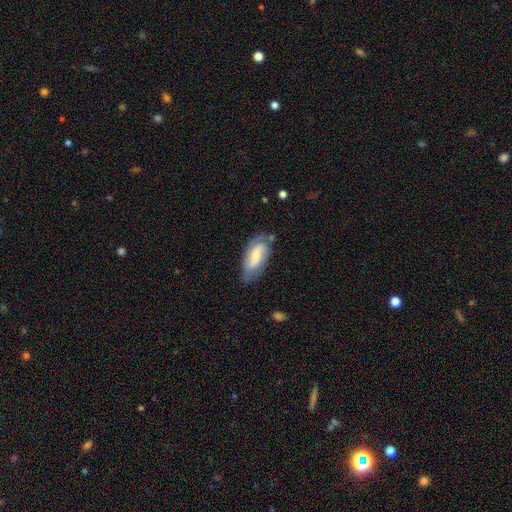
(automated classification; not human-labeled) smooth_or_featured: featured or disk (p=0.63) [alt: smooth p=0.30]
disk_edge_on: no (p=0.93) [alt: yes p=0.07]
bar: weak (p=0.48) [alt: no p=0.29]
has_spiral_arms: yes (p=0.89) [alt: no p=0.11]
spiral_winding: medium (p=0.44) [alt: tight p=0.28]
spiral_arm_count: 2 (p=0.73) [alt: can't tell p=0.13]
bulge_size: small (p=0.41) [tied with: moderate p=0.41]
merging: none (p=0.67) [alt: minor disturbance p=0.22]